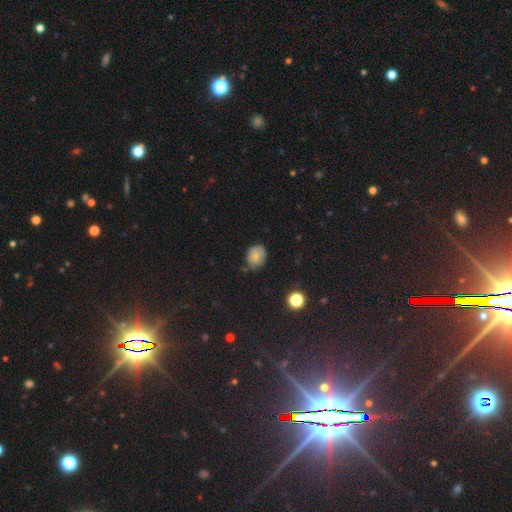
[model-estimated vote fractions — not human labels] Smooth or featured? Predicted: smooth (p=0.70). How rounded? Predicted: round (p=0.55). Merging? Predicted: none (p=0.62).